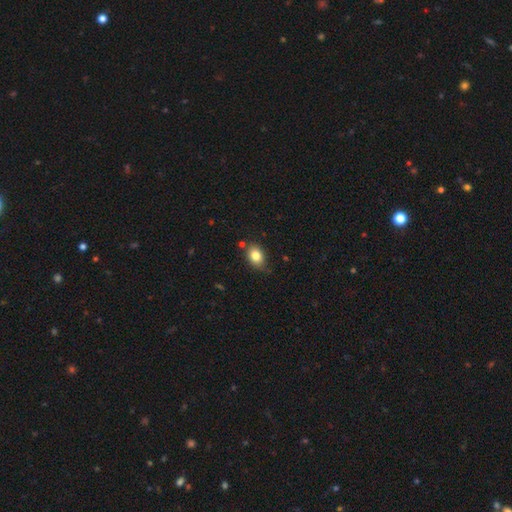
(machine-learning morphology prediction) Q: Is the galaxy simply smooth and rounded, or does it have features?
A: smooth — 82%.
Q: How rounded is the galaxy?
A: in between — 76%.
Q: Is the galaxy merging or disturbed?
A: none — 71%.